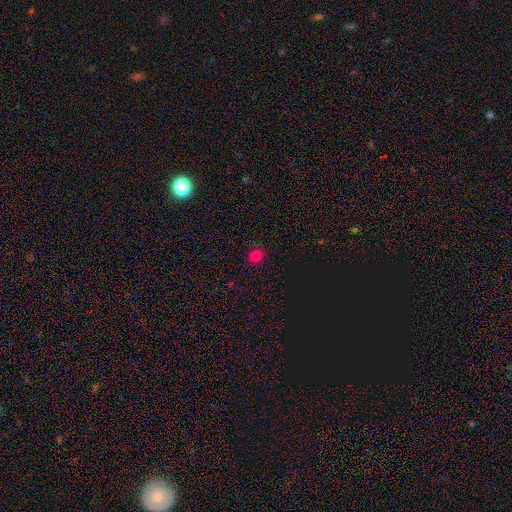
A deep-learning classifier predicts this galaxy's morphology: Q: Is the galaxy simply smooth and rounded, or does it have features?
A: smooth — 78%.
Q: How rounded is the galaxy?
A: round — 84%.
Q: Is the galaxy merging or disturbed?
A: none — 89%.